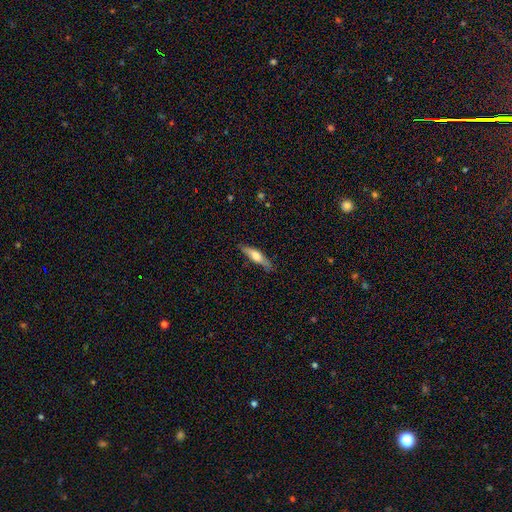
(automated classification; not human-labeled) Overall: smooth (54%; featured or disk 40%). How rounded: cigar-shaped (76%). Merging: none (81%).